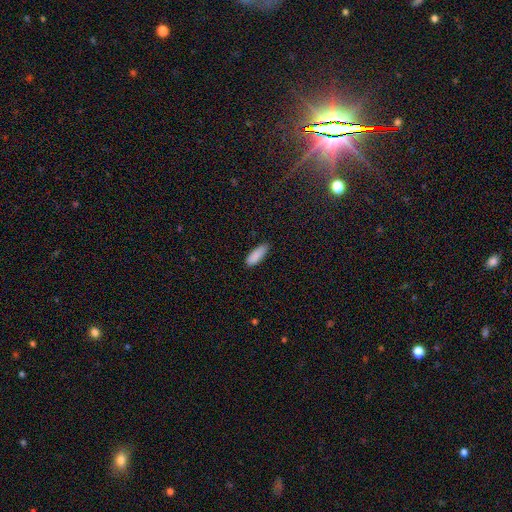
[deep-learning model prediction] The model was most divided on "how rounded": in between: 62%, cigar-shaped: 37%, round: 2%. More confident: smooth or featured — smooth (89%); merging — none (85%).